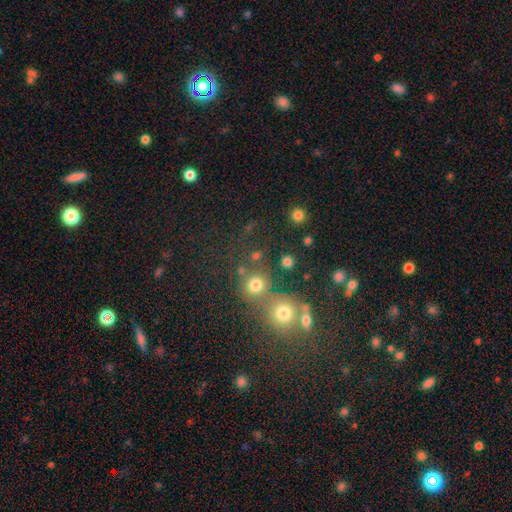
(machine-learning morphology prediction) The model was most divided on "merging": none: 65%, merger: 23%, minor disturbance: 8%, major disturbance: 5%. More confident: how rounded — round (88%); smooth or featured — smooth (72%).